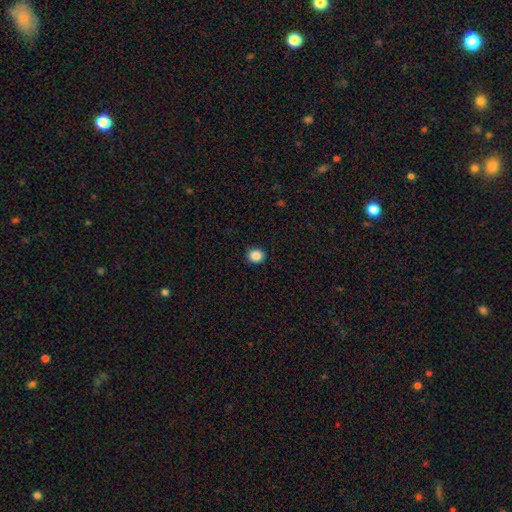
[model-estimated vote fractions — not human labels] Q: Smooth or featured?
A: smooth (87%); runner-up: star or artifact (10%)
Q: How rounded?
A: round (83%); runner-up: in between (16%)
Q: Merging?
A: none (90%); runner-up: minor disturbance (7%)